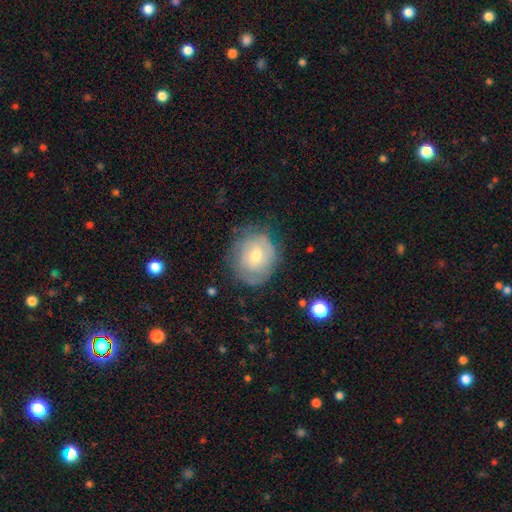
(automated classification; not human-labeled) Smooth or featured? Predicted: featured or disk (p=0.48). Merging? Predicted: none (p=0.71).